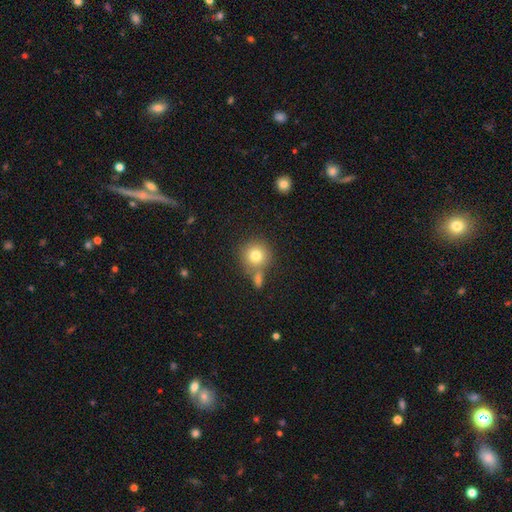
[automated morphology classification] This is likely a smooth galaxy (78%). How rounded: clearly round (92%). Merging: likely none (63%).